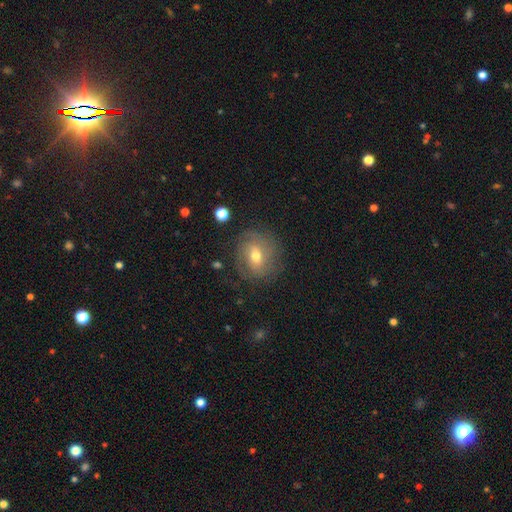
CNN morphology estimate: smooth-or-featured: featured or disk: 55% | smooth: 33% | star or artifact: 12%
  disk-edge-on: no: 95% | yes: 5%
    bar: weak: 43% (tied) | no: 43% (tied) | strong: 15%
    has-spiral-arms: yes: 75% | no: 25%
    bulge-size: moderate: 65% | small: 29% | large: 4% | none: 1% | dominant: 1%
  merging: none: 74% | minor disturbance: 16% | major disturbance: 8% | merger: 2%